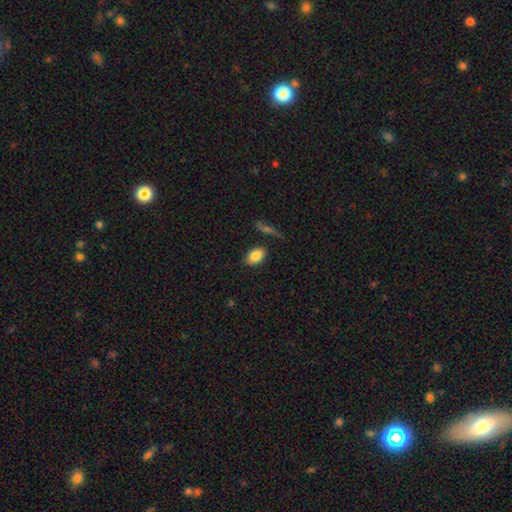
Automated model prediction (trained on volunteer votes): smooth_or_featured: smooth (p=0.84) [alt: featured or disk p=0.08]
how_rounded: in between (p=0.90) [alt: round p=0.08]
merging: none (p=0.79) [alt: minor disturbance p=0.13]